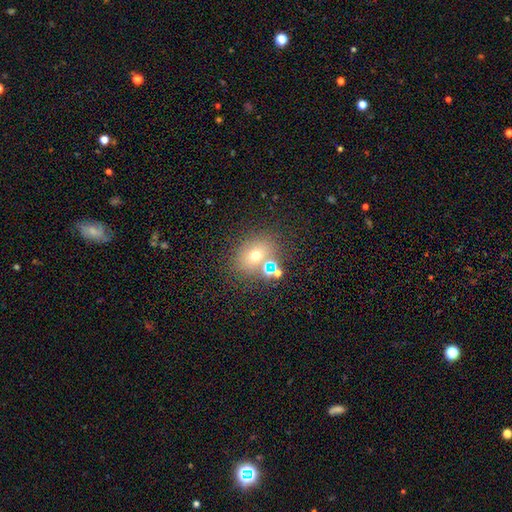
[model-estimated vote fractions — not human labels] Overall: smooth (63%). How rounded: round (50%; in between 49%). Merging: none (64%).